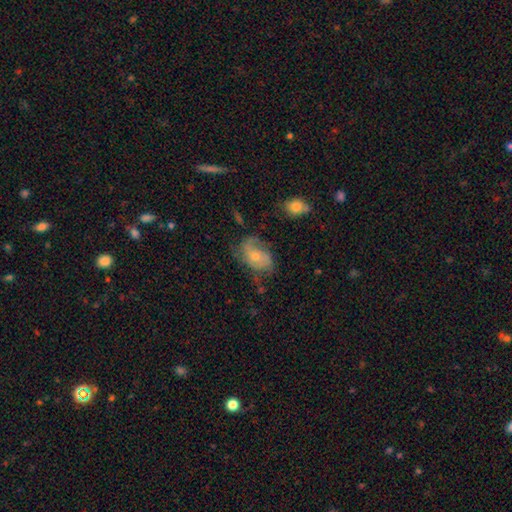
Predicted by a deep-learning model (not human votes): The model was most divided on "bulge size": small: 48%, moderate: 46%, large: 2%, none: 2%, dominant: 1%. More confident: edge-on disk — no (96%); spiral arms — yes (82%); bar — no (74%); smooth or featured — featured or disk (63%); merging — none (55%).